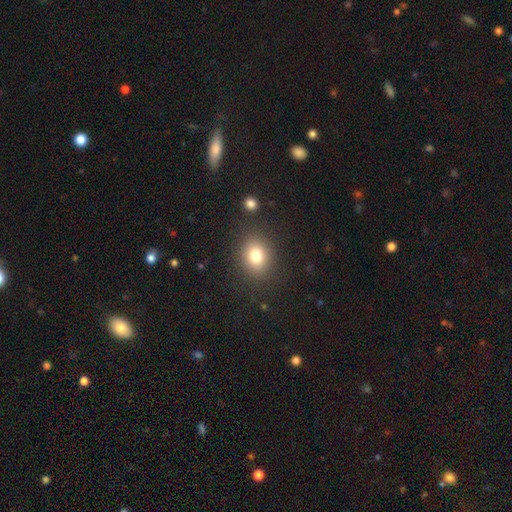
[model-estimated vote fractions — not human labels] smooth 79%, star or artifact 12%, featured or disk 9%. Down the decision tree: how rounded — round (58%); merging — none (86%).